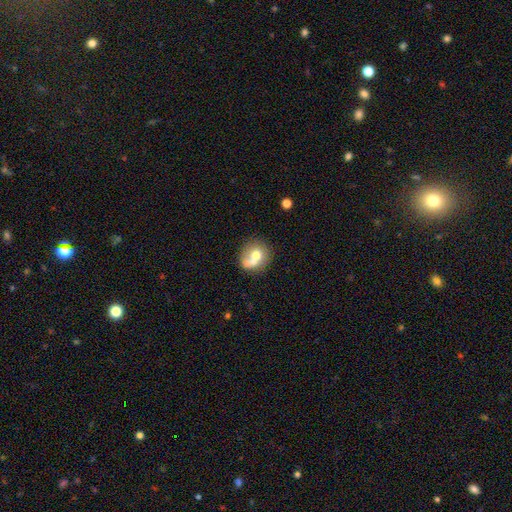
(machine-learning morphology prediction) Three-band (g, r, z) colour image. It shows a smooth galaxy with no disk features (66%) that is round (71%). Merging: none (38%).